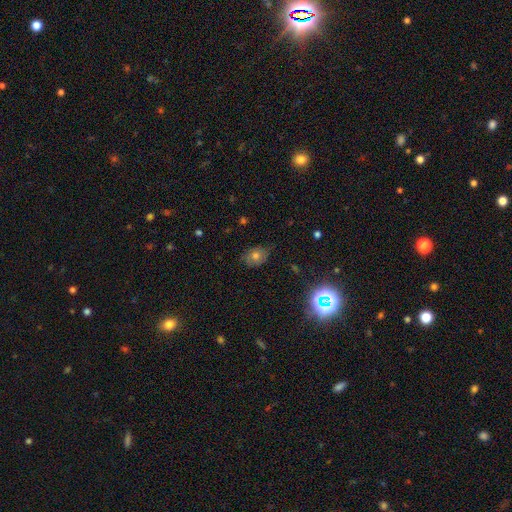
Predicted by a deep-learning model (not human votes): The model was most divided on "how rounded": in between: 61%, round: 38%, cigar-shaped: 1%. More confident: merging — none (73%); smooth or featured — smooth (63%).